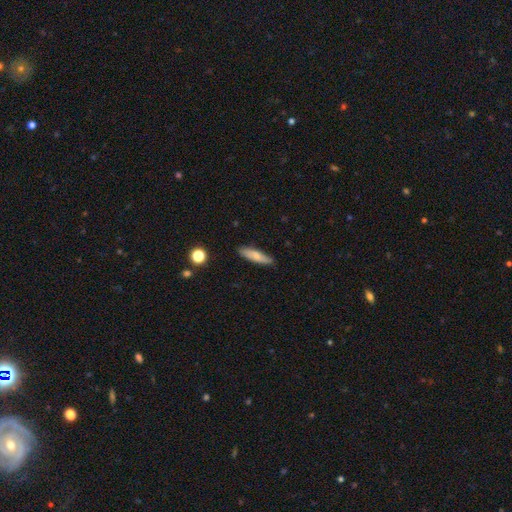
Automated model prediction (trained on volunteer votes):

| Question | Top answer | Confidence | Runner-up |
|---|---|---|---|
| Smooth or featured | smooth | 71% | featured or disk (22%) |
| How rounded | cigar-shaped | 71% | in between (27%) |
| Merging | none | 83% | minor disturbance (14%) |